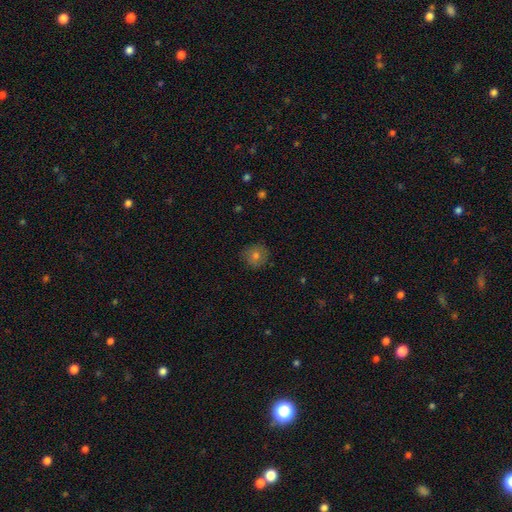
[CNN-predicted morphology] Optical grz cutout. It shows a smooth galaxy with no disk features (73%) that is round (91%). Merging: none (86%).